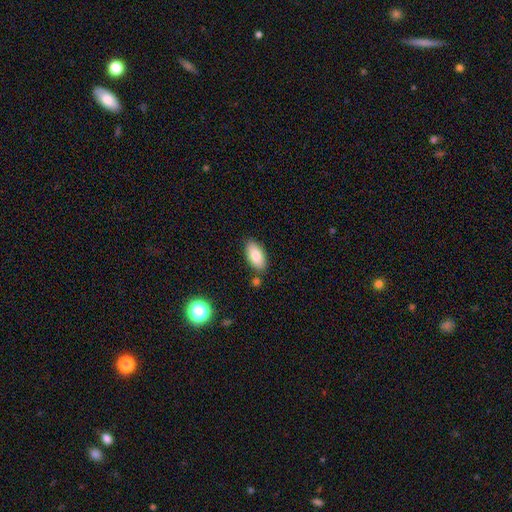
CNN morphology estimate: smooth_or_featured: smooth (p=0.82) [alt: featured or disk p=0.11]
how_rounded: in between (p=0.92) [alt: cigar-shaped p=0.05]
merging: none (p=0.81) [alt: minor disturbance p=0.11]